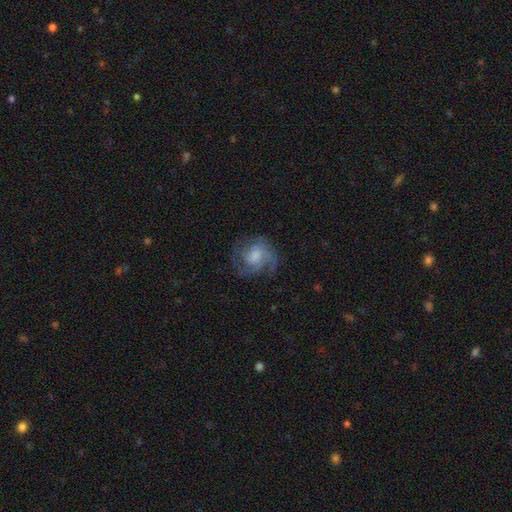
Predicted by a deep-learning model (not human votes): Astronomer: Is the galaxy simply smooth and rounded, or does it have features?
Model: featured or disk — 70%.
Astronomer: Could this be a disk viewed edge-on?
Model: no — 98%.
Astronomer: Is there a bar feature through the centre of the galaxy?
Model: no — 58% (runner-up: weak, 36%).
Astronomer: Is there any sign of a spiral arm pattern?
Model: yes — 90%.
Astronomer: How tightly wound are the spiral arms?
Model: medium — 44% (runner-up: tight, 40%).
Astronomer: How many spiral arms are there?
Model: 2 — 28% (runner-up: 3, 27%).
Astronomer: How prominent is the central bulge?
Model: moderate — 38% (runner-up: small, 22%).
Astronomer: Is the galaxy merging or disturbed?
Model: none — 63%.